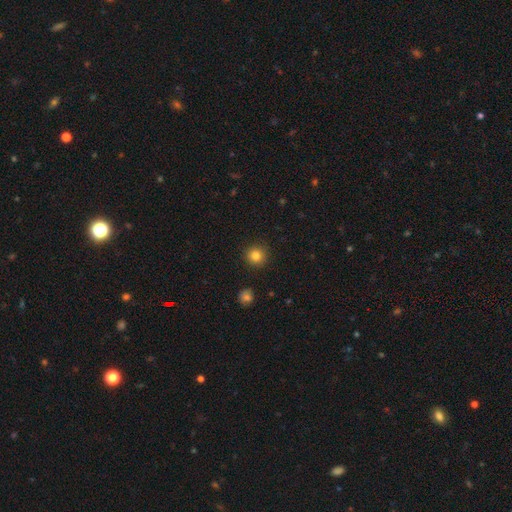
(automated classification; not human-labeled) smooth-or-featured: smooth: 83% | star or artifact: 12% | featured or disk: 6%
  how-rounded: round: 94% | in between: 5% | cigar-shaped: 1%
  merging: none: 92% | minor disturbance: 5% | major disturbance: 2% | merger: 1%